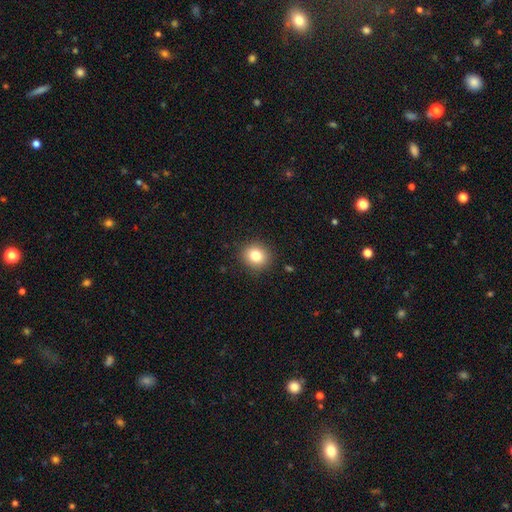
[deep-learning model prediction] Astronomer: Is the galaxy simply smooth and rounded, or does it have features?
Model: smooth — 81%.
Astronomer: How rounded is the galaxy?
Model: round — 80%.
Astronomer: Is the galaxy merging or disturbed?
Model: none — 89%.